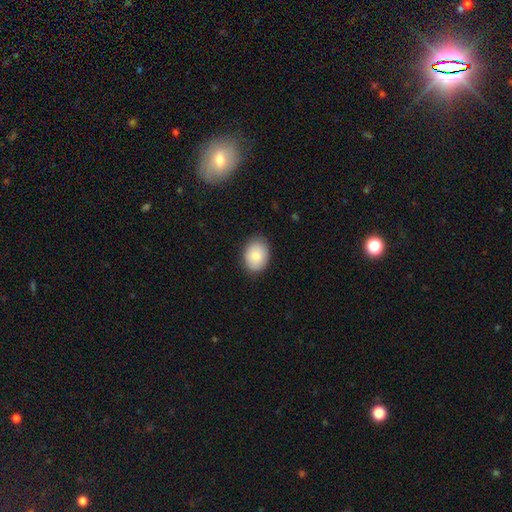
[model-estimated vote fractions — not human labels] Overall: smooth (84%). How rounded: in between (68%; round 31%). Merging: none (85%).